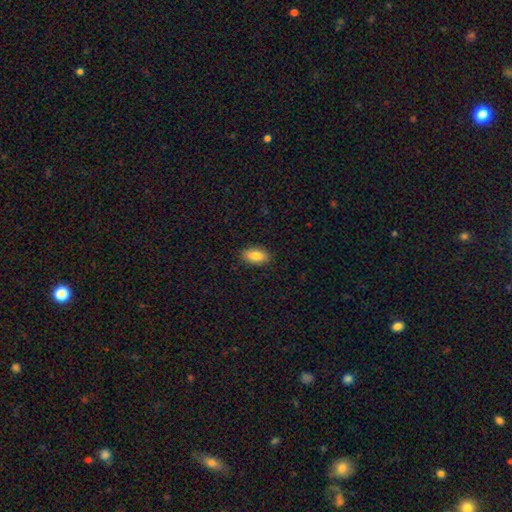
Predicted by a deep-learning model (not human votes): Smooth or featured?
  - smooth: 84% *
  - featured or disk: 9%
  - star or artifact: 7%
How rounded?
  - in between: 92% *
  - cigar-shaped: 5%
  - round: 4%
Merging?
  - none: 89% *
  - minor disturbance: 8%
  - major disturbance: 2%
  - merger: 1%